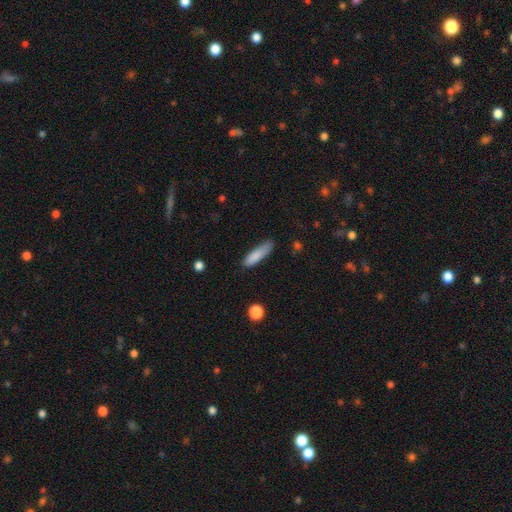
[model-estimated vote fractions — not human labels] The model was most divided on "how rounded": cigar-shaped: 68%, in between: 30%, round: 2%. More confident: smooth or featured — smooth (85%); merging — none (66%).